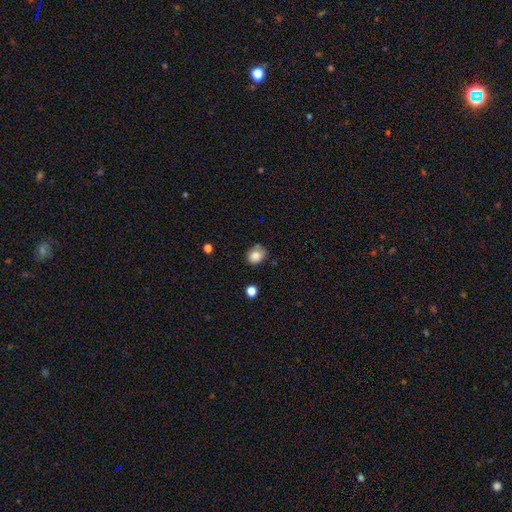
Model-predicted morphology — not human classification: type=smooth (82%); roundness=round (58%); merging=none (65%).